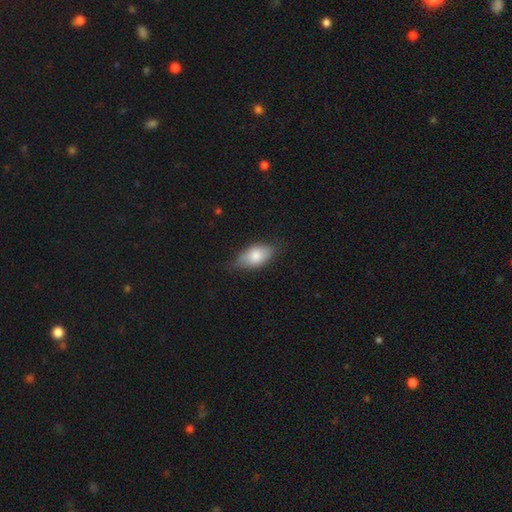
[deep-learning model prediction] smooth-or-featured: smooth: 76% | featured or disk: 17% | star or artifact: 6%
  how-rounded: in between: 91% | cigar-shaped: 5% | round: 5%
  merging: none: 66% | minor disturbance: 28% | major disturbance: 5% | merger: 1%